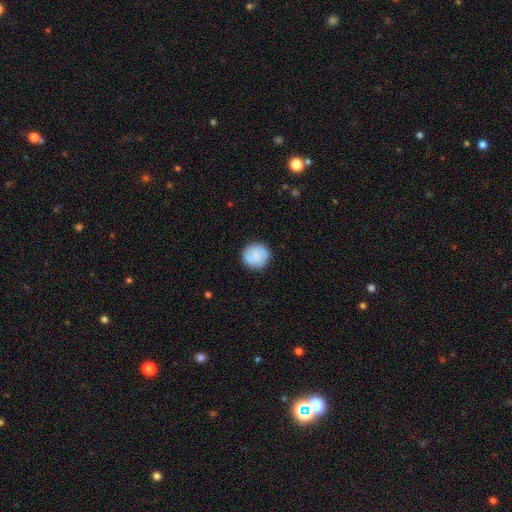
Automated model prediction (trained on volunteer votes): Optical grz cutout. It shows a smooth galaxy with no disk features (77%) that is round (91%). Merging: none (87%).